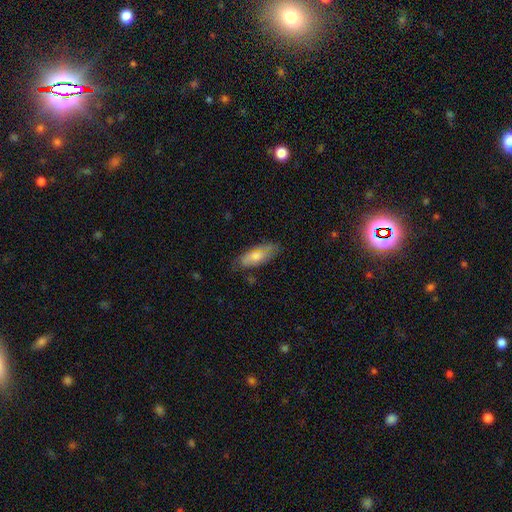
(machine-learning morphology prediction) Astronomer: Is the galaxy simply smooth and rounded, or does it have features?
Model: smooth — 61%.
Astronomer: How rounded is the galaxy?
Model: in between — 74%.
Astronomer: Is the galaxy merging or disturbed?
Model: none — 72%.